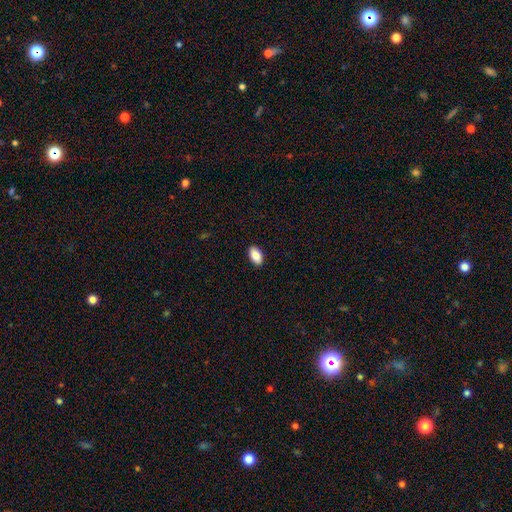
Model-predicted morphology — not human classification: Smooth or featured?
  - smooth: 87% *
  - star or artifact: 7%
  - featured or disk: 6%
How rounded?
  - in between: 94% *
  - round: 4%
  - cigar-shaped: 3%
Merging?
  - none: 90% *
  - minor disturbance: 7%
  - major disturbance: 2%
  - merger: 1%